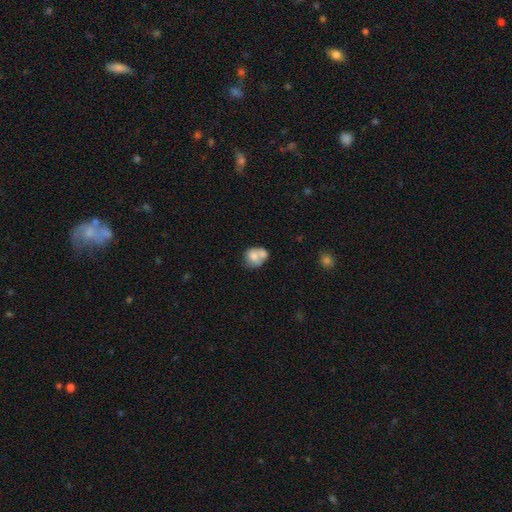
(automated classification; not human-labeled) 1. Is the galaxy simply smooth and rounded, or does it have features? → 69% smooth, 23% featured or disk, 8% star or artifact.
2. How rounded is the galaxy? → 57% round, 42% in between, 1% cigar-shaped.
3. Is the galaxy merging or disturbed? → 51% merger, 27% none, 15% minor disturbance, 7% major disturbance.